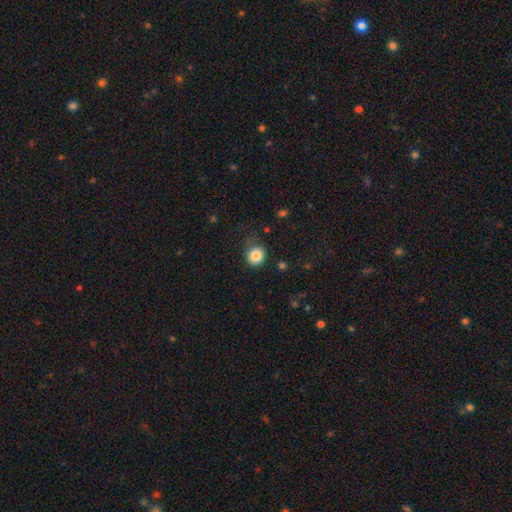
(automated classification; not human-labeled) A smooth galaxy with no disk features (83%) that is round (82%). Merging: none (65%).